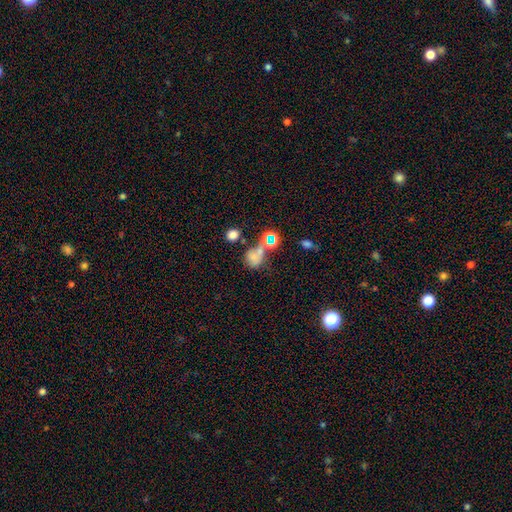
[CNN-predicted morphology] Smooth or featured: smooth — 60% (star or artifact — 25%)
How rounded: round — 58% (in between — 40%)
Merging: none — 36% (merger — 34%)